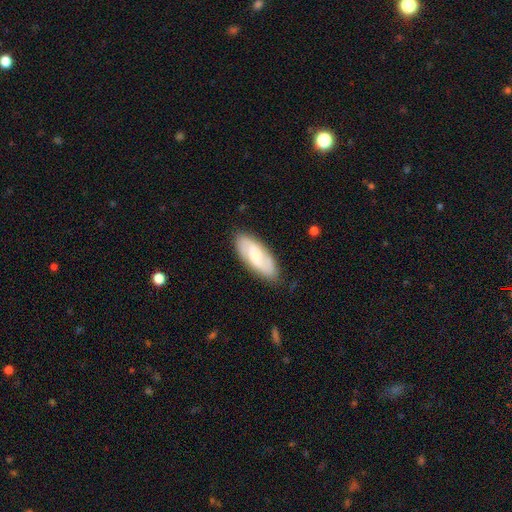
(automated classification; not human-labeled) smooth_or_featured: featured or disk (p=0.60) [alt: smooth p=0.35]
disk_edge_on: no (p=0.91) [alt: yes p=0.09]
bar: weak (p=0.46) [alt: no p=0.42]
has_spiral_arms: yes (p=0.90) [alt: no p=0.10]
bulge_size: moderate (p=0.45) [alt: small p=0.36]
merging: none (p=0.83) [alt: minor disturbance p=0.13]